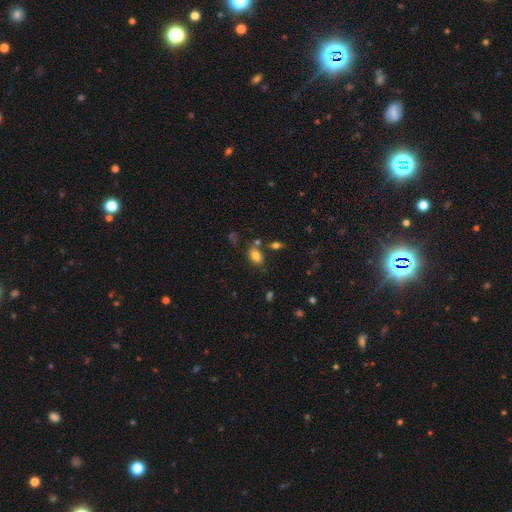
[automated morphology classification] type=smooth (80%); roundness=in between (85%); merging=none (66%).